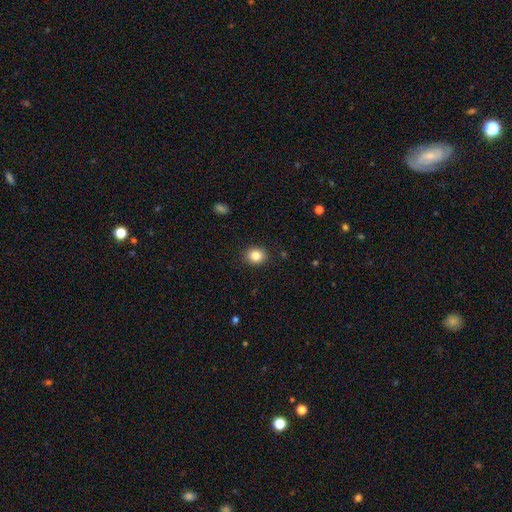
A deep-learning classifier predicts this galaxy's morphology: A smooth galaxy with no disk features (84%) that is round (66%). Merging: none (90%).